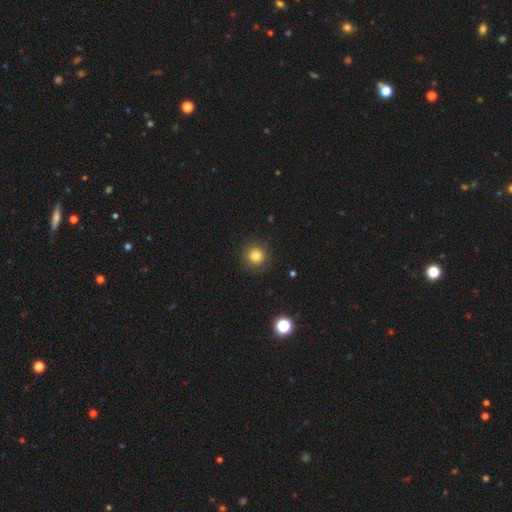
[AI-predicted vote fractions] Smooth or featured: smooth — 80% (star or artifact — 12%)
How rounded: round — 94% (in between — 5%)
Merging: none — 89% (minor disturbance — 7%)